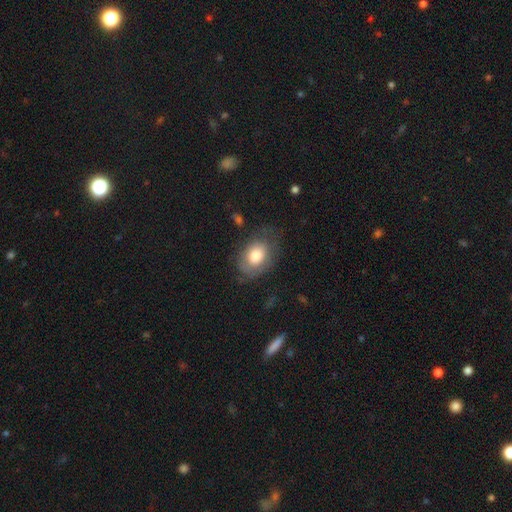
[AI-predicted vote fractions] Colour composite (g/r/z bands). It shows a smooth galaxy with no disk features (71%) that is in between round and cigar-shaped (77%). Merging: none (61%).